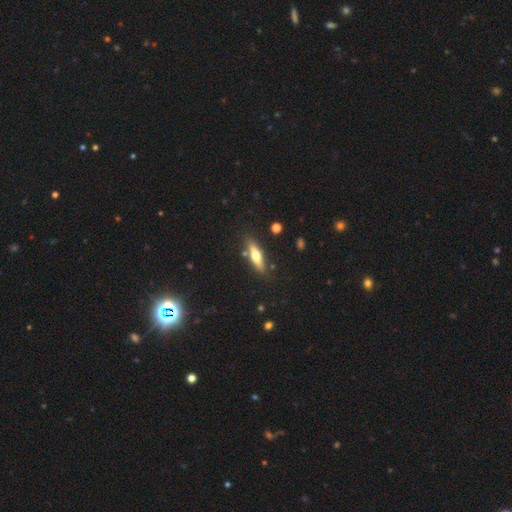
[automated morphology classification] Smooth or featured: smooth — 53% (featured or disk — 41%)
How rounded: cigar-shaped — 65% (in between — 33%)
Merging: none — 82% (minor disturbance — 12%)